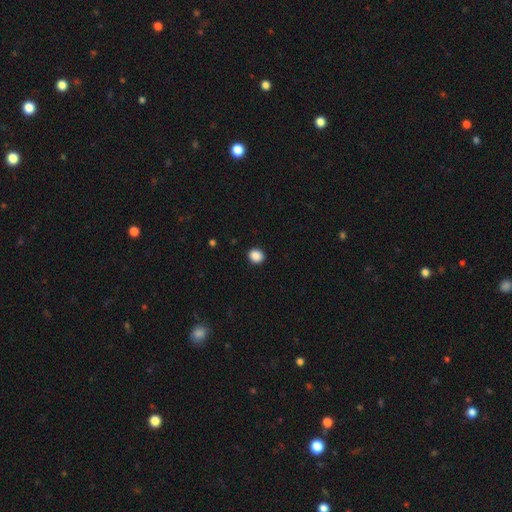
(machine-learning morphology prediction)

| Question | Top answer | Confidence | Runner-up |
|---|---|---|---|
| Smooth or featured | smooth | 88% | star or artifact (9%) |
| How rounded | round | 78% | in between (21%) |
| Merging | none | 92% | minor disturbance (6%) |